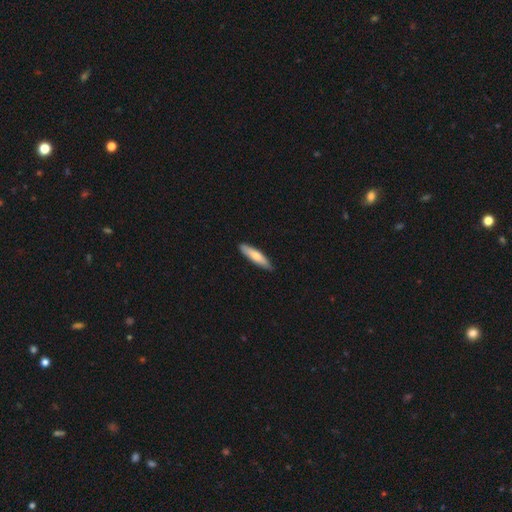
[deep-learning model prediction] smooth 72%, featured or disk 23%, star or artifact 5%. Down the decision tree: how rounded — cigar-shaped (79%); merging — none (86%).